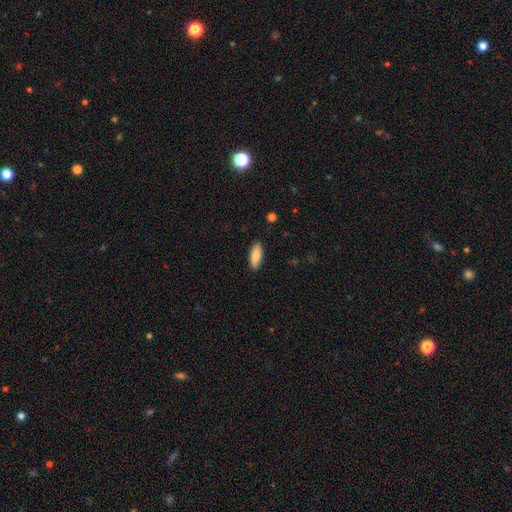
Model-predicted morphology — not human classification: A smooth galaxy with no disk features (85%) that is in between round and cigar-shaped (74%).

Vote fractions:
- Smooth or featured? smooth: 85% / featured or disk: 9% / star or artifact: 6%
- How rounded? in between: 74% / cigar-shaped: 24% / round: 2%
- Merging? none: 88% / minor disturbance: 9% / major disturbance: 2% / merger: 1%